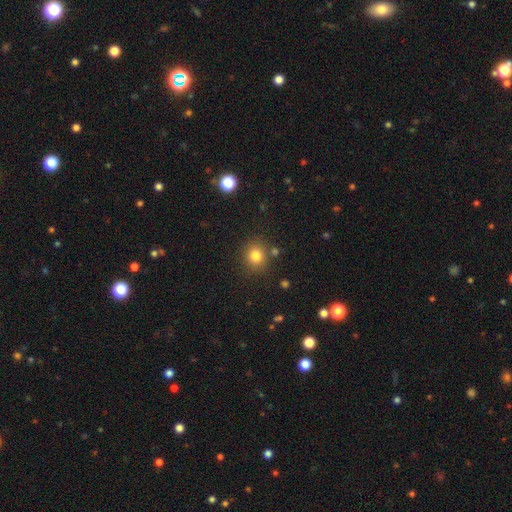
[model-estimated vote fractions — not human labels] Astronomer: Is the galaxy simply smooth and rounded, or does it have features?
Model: smooth — 80%.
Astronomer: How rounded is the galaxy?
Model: round — 85%.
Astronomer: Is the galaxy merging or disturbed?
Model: none — 82%.